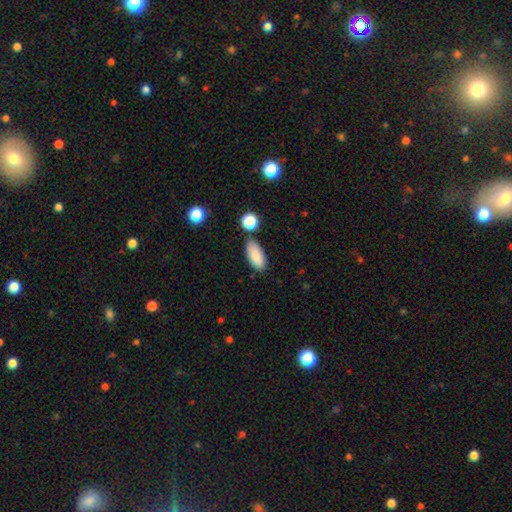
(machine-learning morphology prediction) A smooth galaxy with no disk features (87%) that is in between round and cigar-shaped (88%).

Vote fractions:
- Smooth or featured? smooth: 87% / star or artifact: 7% / featured or disk: 5%
- How rounded? in between: 88% / cigar-shaped: 10% / round: 3%
- Merging? none: 77% / minor disturbance: 13% / merger: 7% / major disturbance: 3%